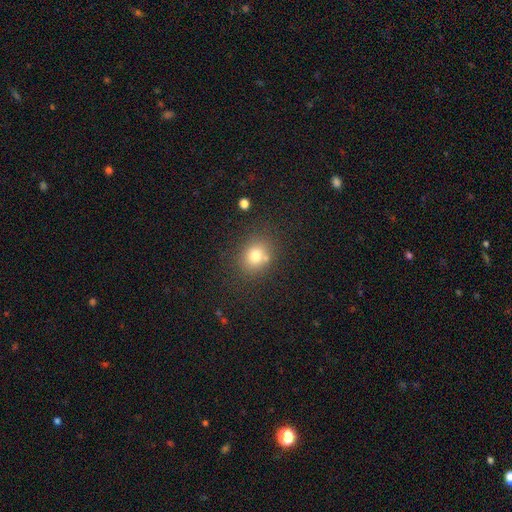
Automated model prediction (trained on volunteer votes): smooth_or_featured: smooth (p=0.75) [alt: star or artifact p=0.13]
how_rounded: round (p=0.64) [alt: in between p=0.35]
merging: none (p=0.72) [alt: minor disturbance p=0.13]